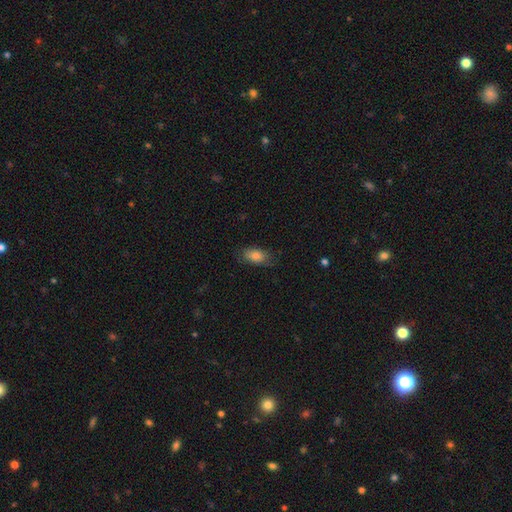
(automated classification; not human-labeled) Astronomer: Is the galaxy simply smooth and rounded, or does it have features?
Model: smooth — 82%.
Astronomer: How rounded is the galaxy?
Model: in between — 90%.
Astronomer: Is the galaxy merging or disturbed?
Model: none — 75%.